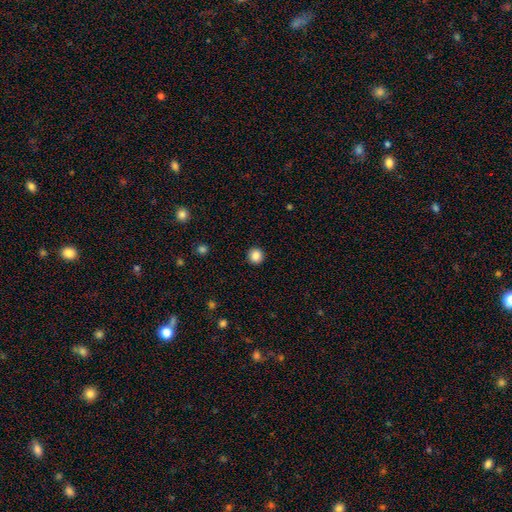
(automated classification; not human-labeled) The model was most divided on "smooth or featured": smooth: 86%, star or artifact: 10%, featured or disk: 4%. More confident: how rounded — round (94%); merging — none (93%).